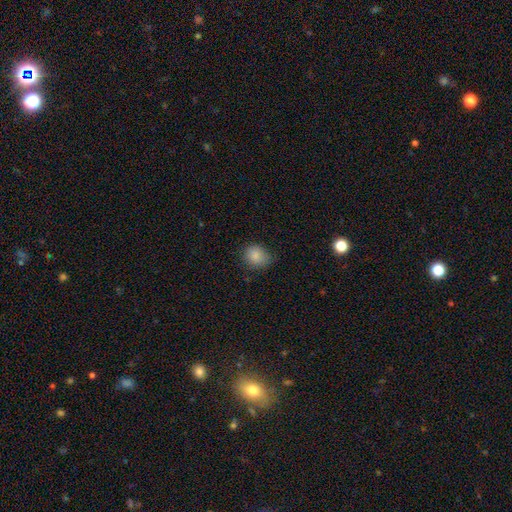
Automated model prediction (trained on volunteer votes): smooth-or-featured: smooth: 85% | star or artifact: 9% | featured or disk: 5%
  how-rounded: round: 72% | in between: 27% | cigar-shaped: 1%
  merging: none: 71% | minor disturbance: 23% | major disturbance: 5% | merger: 1%